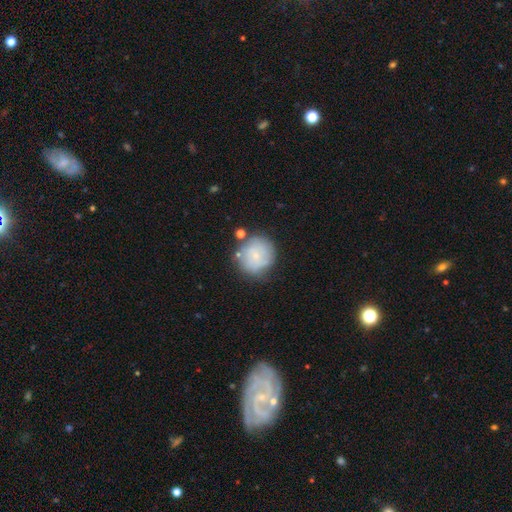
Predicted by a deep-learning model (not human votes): This is likely a smooth galaxy (67%). How rounded: clearly round (90%). Merging: likely none (65%).